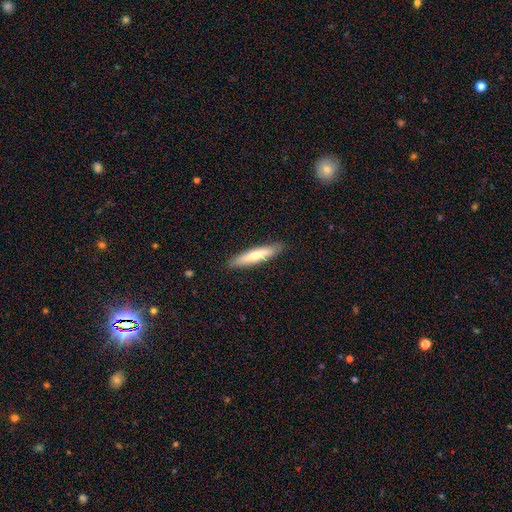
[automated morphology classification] This is possibly a smooth galaxy (55%). How rounded: clearly cigar-shaped (83%). Merging: clearly none (89%).